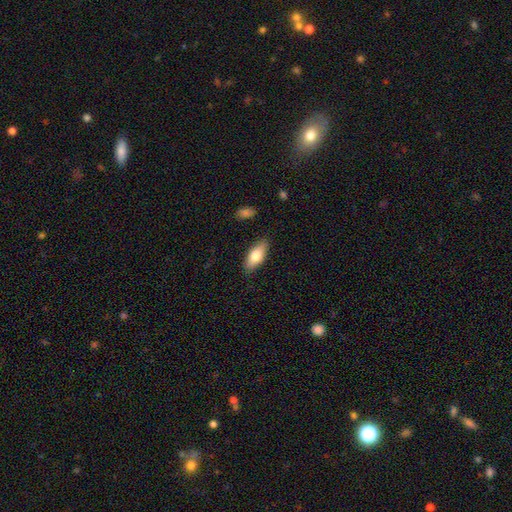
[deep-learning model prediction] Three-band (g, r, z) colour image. It shows a smooth galaxy with no disk features (75%) that is in between round and cigar-shaped (82%). Merging: none (86%).